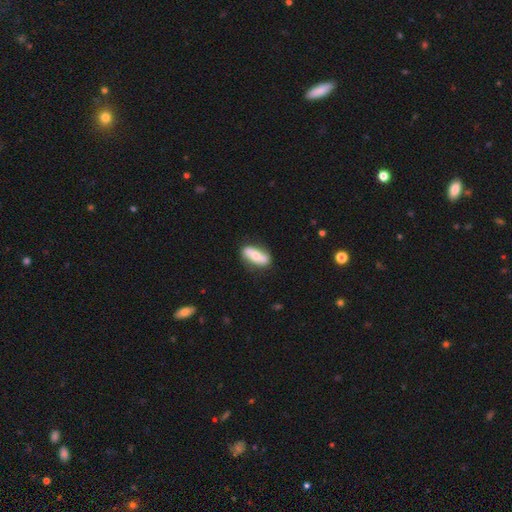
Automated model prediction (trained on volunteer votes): A smooth galaxy with no disk features (50%).

Vote fractions:
- Smooth or featured? smooth: 50% / featured or disk: 45% / star or artifact: 6%
- Merging? none: 74% / minor disturbance: 16% / merger: 5% / major disturbance: 4%